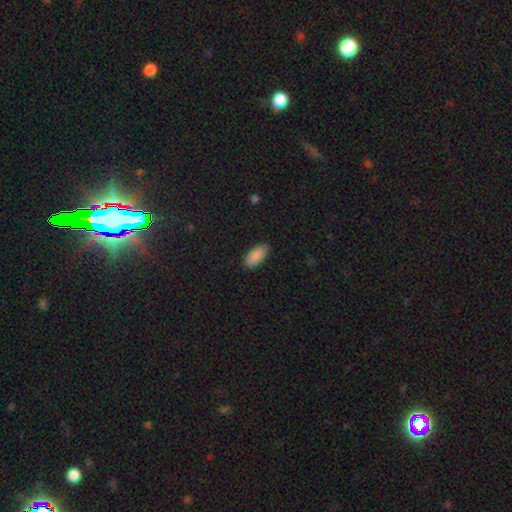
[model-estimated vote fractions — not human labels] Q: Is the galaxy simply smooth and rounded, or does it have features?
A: smooth — 89%.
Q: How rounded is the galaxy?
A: in between — 91%.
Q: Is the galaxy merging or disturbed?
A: none — 87%.